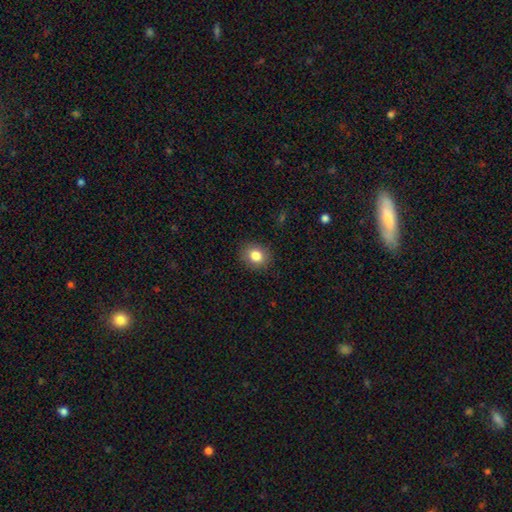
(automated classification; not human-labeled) smooth-or-featured: smooth: 83% | star or artifact: 10% | featured or disk: 8%
  how-rounded: round: 63% | in between: 36% | cigar-shaped: 1%
  merging: none: 88% | minor disturbance: 9% | major disturbance: 2% | merger: 1%